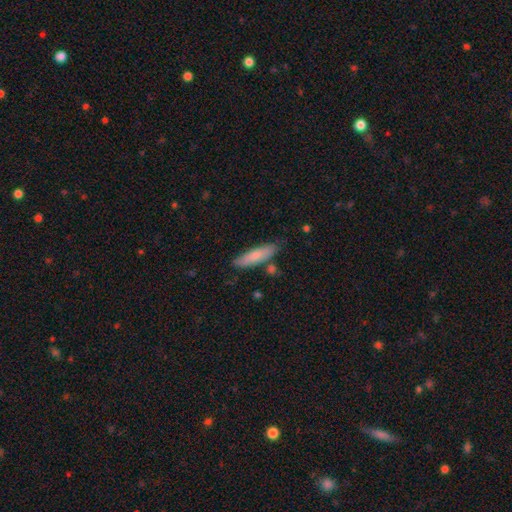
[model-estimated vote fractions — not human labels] Smooth or featured? smooth (76%)
How rounded? cigar-shaped (74%)
Merging? none (78%)